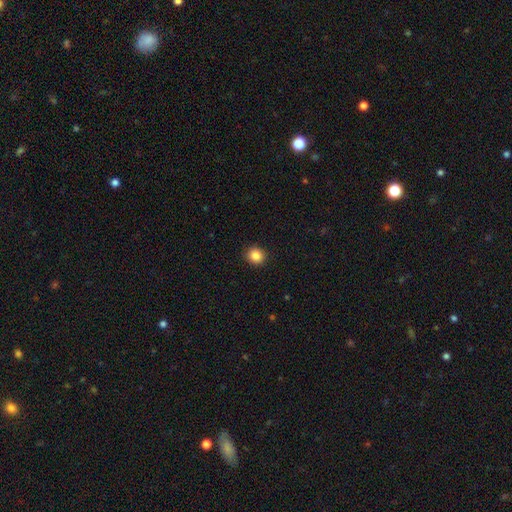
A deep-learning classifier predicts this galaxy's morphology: smooth_or_featured: smooth (p=0.85) [alt: star or artifact p=0.10]
how_rounded: round (p=0.86) [alt: in between p=0.13]
merging: none (p=0.92) [alt: minor disturbance p=0.05]